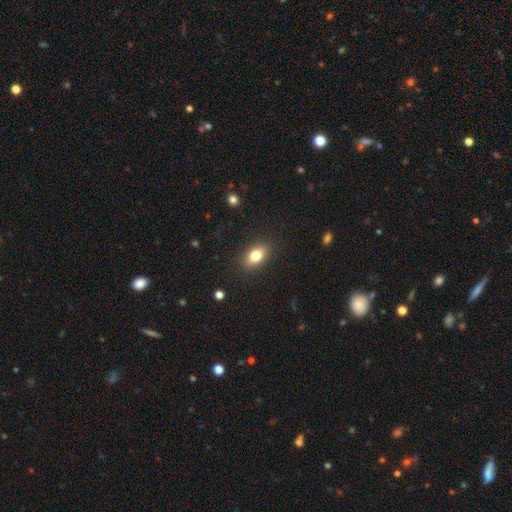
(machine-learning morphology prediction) Smooth or featured?
  - smooth: 81% *
  - featured or disk: 10%
  - star or artifact: 9%
How rounded?
  - in between: 85% *
  - round: 12%
  - cigar-shaped: 3%
Merging?
  - none: 87% *
  - minor disturbance: 9%
  - major disturbance: 3%
  - merger: 1%